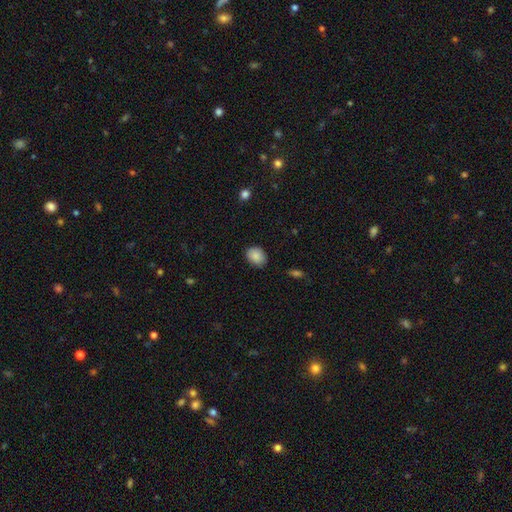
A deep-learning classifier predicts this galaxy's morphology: The model was most divided on "how rounded": in between: 68%, round: 31%, cigar-shaped: 1%. More confident: smooth or featured — smooth (88%); merging — none (83%).